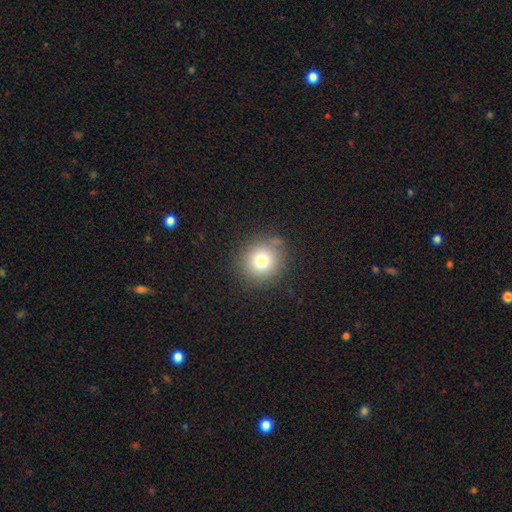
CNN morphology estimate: Smooth or featured? smooth (76%)
How rounded? round (88%)
Merging? none (83%)